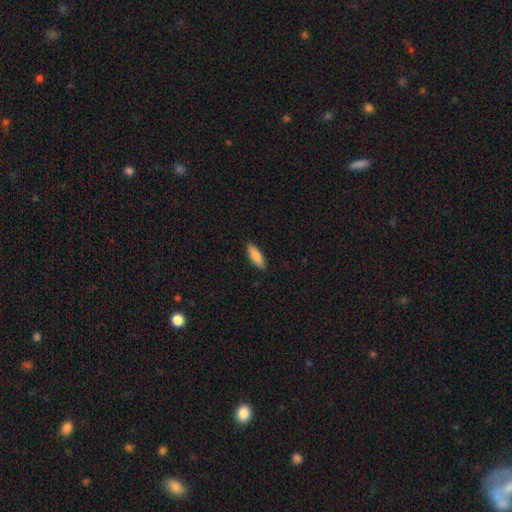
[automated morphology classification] Smooth or featured? smooth (87%)
How rounded? in between (58%)
Merging? none (89%)